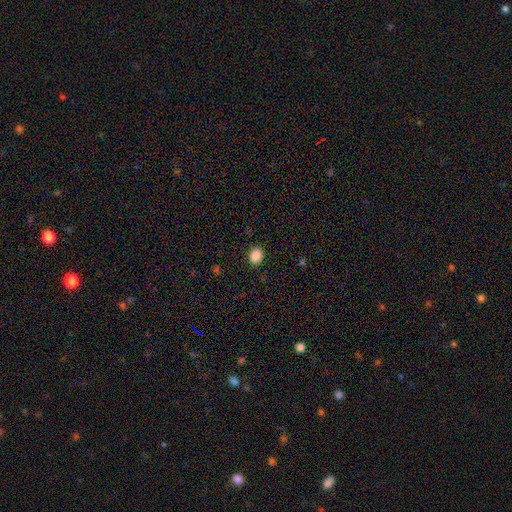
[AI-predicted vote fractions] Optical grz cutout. It shows a smooth galaxy with no disk features (87%) that is round (51%). Merging: none (90%).